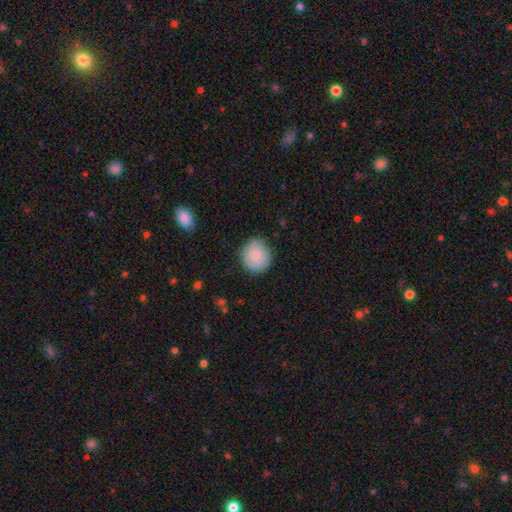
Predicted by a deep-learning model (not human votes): Smooth or featured?
  - smooth: 75% *
  - featured or disk: 18%
  - star or artifact: 6%
How rounded?
  - round: 89% *
  - in between: 10%
  - cigar-shaped: 1%
Merging?
  - none: 84% *
  - minor disturbance: 12%
  - major disturbance: 3%
  - merger: 1%